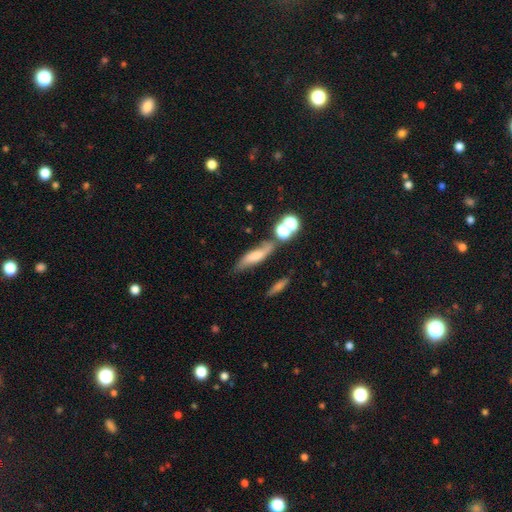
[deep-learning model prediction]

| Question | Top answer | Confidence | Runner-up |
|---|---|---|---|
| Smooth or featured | smooth | 54% | featured or disk (34%) |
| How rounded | cigar-shaped | 57% | in between (35%) |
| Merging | none | 60% | minor disturbance (19%) |